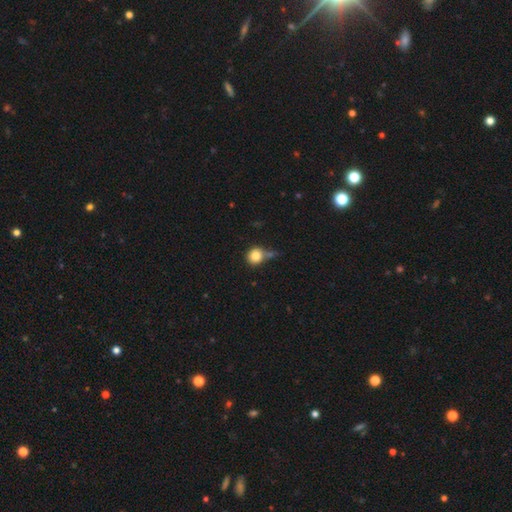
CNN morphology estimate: A smooth galaxy with no disk features (83%) that is round (87%).

Vote fractions:
- Smooth or featured? smooth: 83% / star or artifact: 10% / featured or disk: 7%
- How rounded? round: 87% / in between: 12% / cigar-shaped: 1%
- Merging? none: 54% / minor disturbance: 22% / merger: 16% / major disturbance: 8%